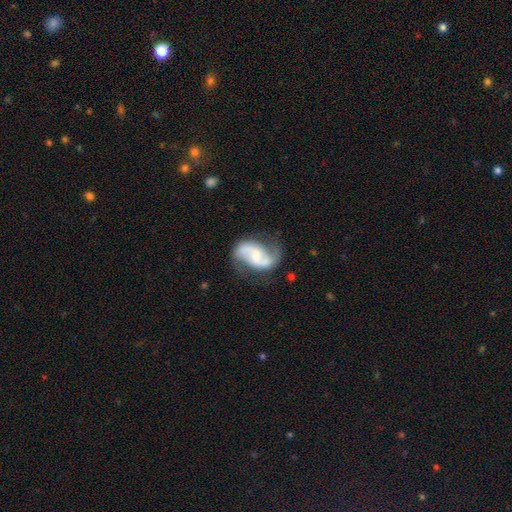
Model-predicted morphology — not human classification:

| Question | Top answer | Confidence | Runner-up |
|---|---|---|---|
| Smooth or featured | featured or disk | 83% | smooth (11%) |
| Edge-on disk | no | 98% | yes (2%) |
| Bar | weak | 43% | no (37%) |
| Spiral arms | yes | 95% | no (5%) |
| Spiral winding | loose | 51% | medium (39%) |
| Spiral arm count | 2 | 92% | can't tell (3%) |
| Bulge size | small | 45% | moderate (33%) |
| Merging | none | 68% | minor disturbance (20%) |